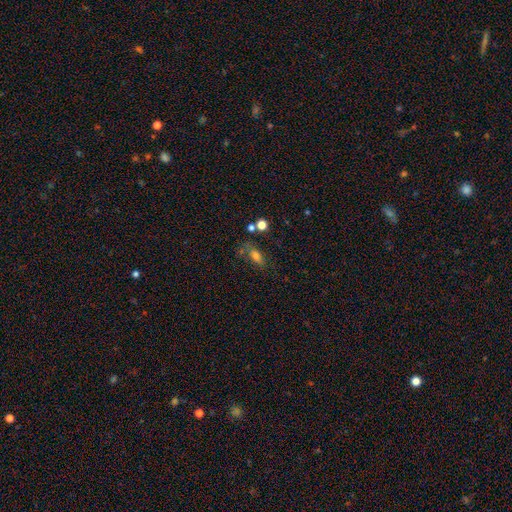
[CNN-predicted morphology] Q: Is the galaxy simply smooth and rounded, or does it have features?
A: smooth — 71%.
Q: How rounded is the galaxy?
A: in between — 80%.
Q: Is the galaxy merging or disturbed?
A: none — 62%.